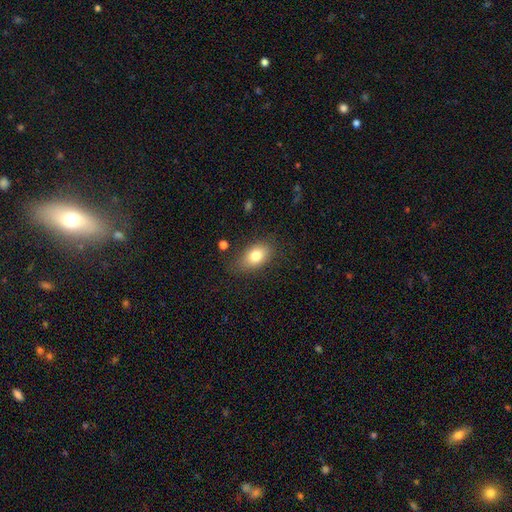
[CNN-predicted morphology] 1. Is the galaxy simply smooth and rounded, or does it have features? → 78% smooth, 13% featured or disk, 9% star or artifact.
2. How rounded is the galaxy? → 86% in between, 12% round, 3% cigar-shaped.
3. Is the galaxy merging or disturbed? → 79% none, 15% minor disturbance, 4% major disturbance, 2% merger.